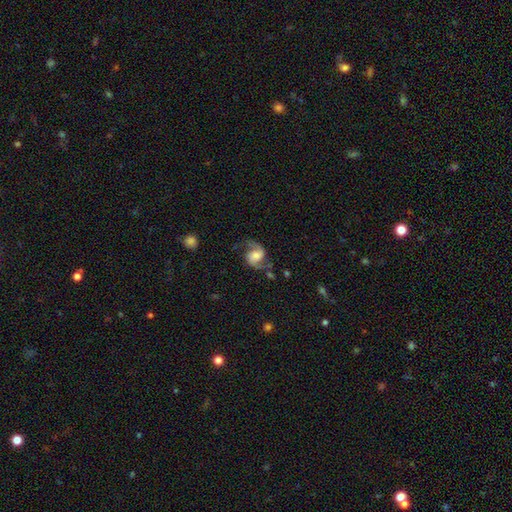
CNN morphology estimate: Smooth or featured: featured or disk — 84% (smooth — 10%)
Edge-on disk: no — 98% (yes — 2%)
Bar: no — 46% (weak — 40%)
Spiral arms: yes — 97% (no — 3%)
Spiral winding: medium — 46% (loose — 44%)
Spiral arm count: 2 — 93% (1 — 2%)
Bulge size: moderate — 38% (large — 23%)
Merging: none — 71% (minor disturbance — 16%)